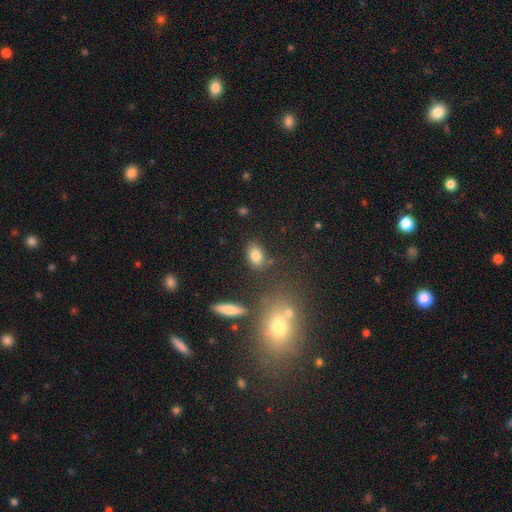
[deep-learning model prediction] smooth_or_featured: smooth (p=0.81) [alt: star or artifact p=0.10]
how_rounded: in between (p=0.83) [alt: round p=0.15]
merging: none (p=0.77) [alt: minor disturbance p=0.13]